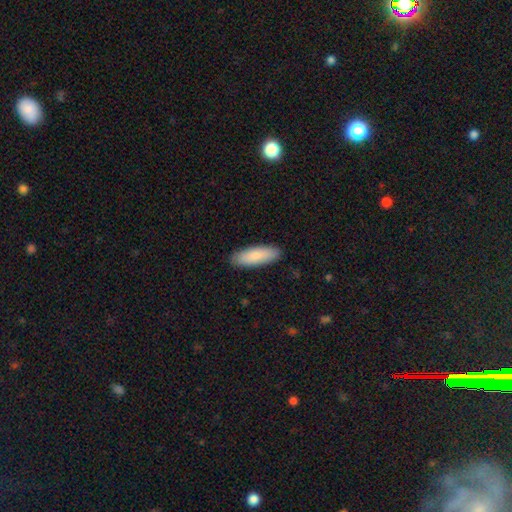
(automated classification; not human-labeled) Smooth or featured?
  - smooth: 87% *
  - featured or disk: 8%
  - star or artifact: 5%
How rounded?
  - in between: 59% *
  - cigar-shaped: 39%
  - round: 2%
Merging?
  - none: 89% *
  - minor disturbance: 8%
  - major disturbance: 2%
  - merger: 1%